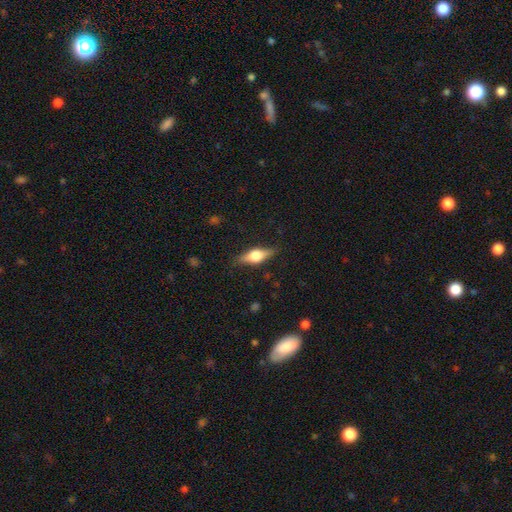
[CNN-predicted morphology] Smooth or featured: featured or disk — 49% (smooth — 44%)
Merging: none — 84% (minor disturbance — 12%)